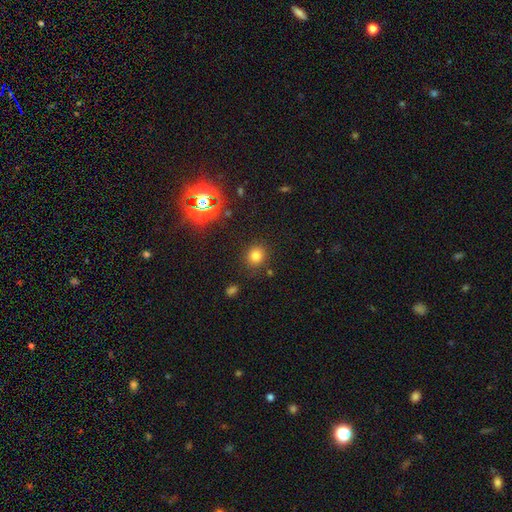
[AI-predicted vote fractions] Smooth or featured? Predicted: smooth (p=0.76). How rounded? Predicted: round (p=0.83). Merging? Predicted: none (p=0.86).